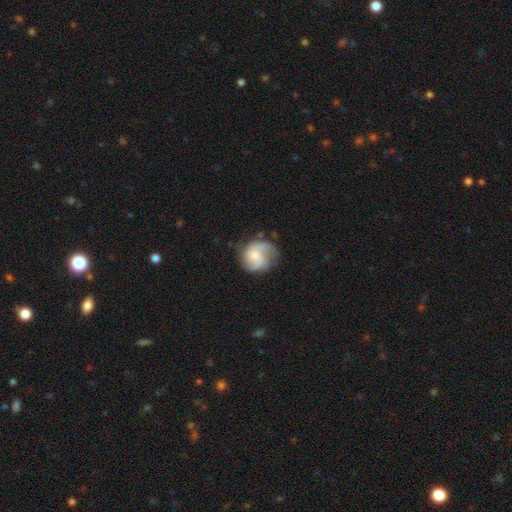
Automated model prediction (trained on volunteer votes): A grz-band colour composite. It shows a featured or disk galaxy (68%) with no bar (63%), 2 (69%) medium (46%) spiral arms (93%) and a small central bulge (40%). Merging: none (62%).